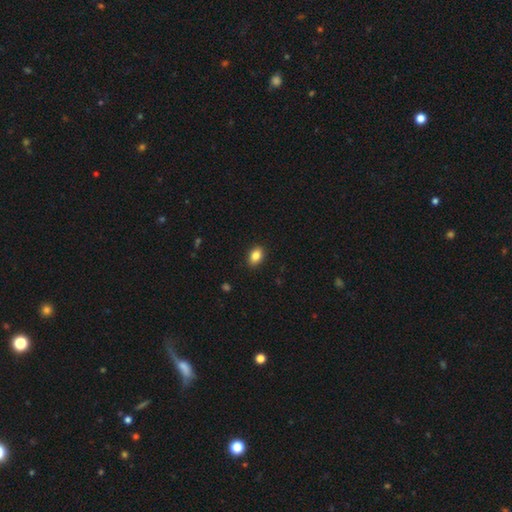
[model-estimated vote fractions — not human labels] Smooth or featured? Predicted: smooth (p=0.85). How rounded? Predicted: in between (p=0.82). Merging? Predicted: none (p=0.89).